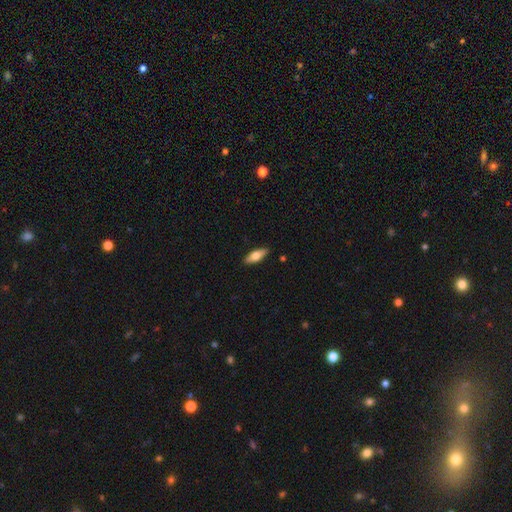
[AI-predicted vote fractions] This appears to be a smooth galaxy with no disk features (61%) that is in between round and cigar-shaped (66%). Merging: none (88%).